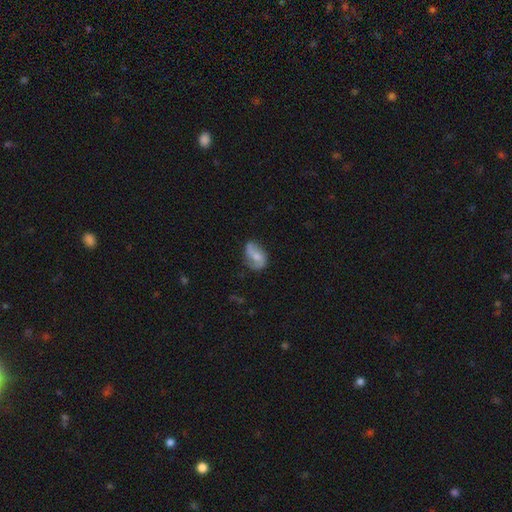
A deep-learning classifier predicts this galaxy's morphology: A featured or disk galaxy (60%) with no bar (50%), spiral arms (85%) and a moderate central bulge (47%).

Vote fractions:
- Smooth or featured? featured or disk: 60% / smooth: 33% / star or artifact: 7%
- Edge-on disk? no: 97% / yes: 3%
- Bar? no: 50% / weak: 38% / strong: 11%
- Spiral arms? yes: 85% / no: 15%
- Bulge size? moderate: 47% / small: 38% / none: 10% / large: 4% / dominant: 1%
- Merging? none: 58% / minor disturbance: 27% / major disturbance: 11% / merger: 3%